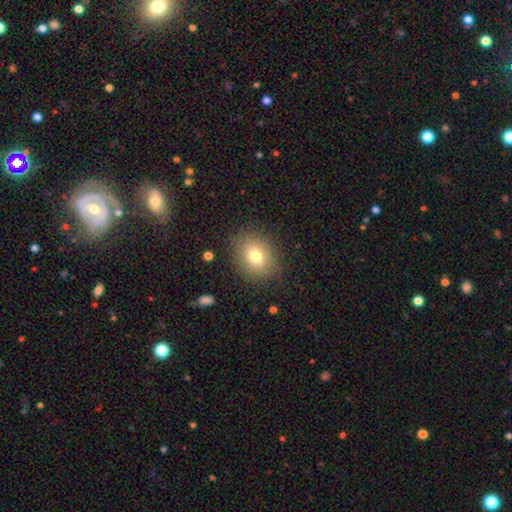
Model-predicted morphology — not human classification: The model was most divided on "how rounded": in between: 50%, round: 49%, cigar-shaped: 1%. More confident: merging — none (83%); smooth or featured — smooth (76%).